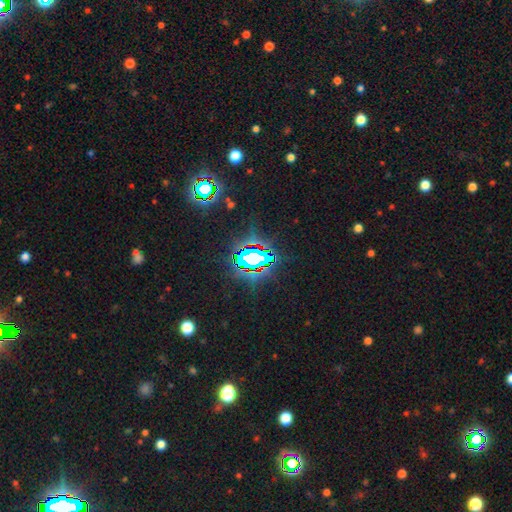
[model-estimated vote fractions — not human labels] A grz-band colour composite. It shows a star or artifact, not a galaxy (77%).